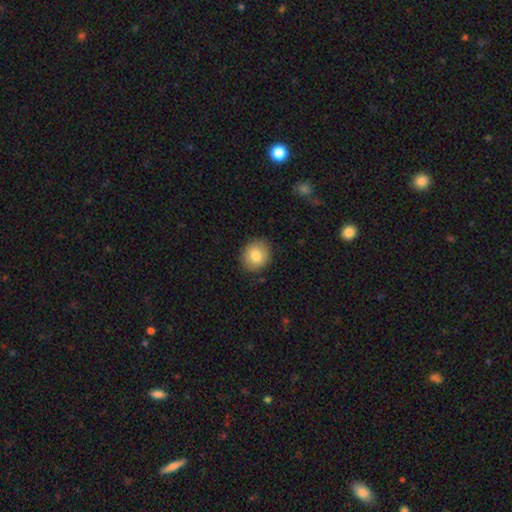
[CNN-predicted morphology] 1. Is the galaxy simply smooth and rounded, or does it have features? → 80% smooth, 11% featured or disk, 8% star or artifact.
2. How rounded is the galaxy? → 76% round, 23% in between, 1% cigar-shaped.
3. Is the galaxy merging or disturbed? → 87% none, 10% minor disturbance, 2% major disturbance, 1% merger.